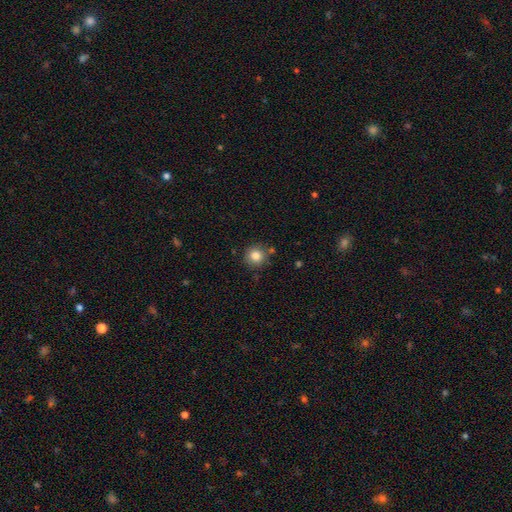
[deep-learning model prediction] Overall: smooth (83%). How rounded: round (92%). Merging: none (82%).